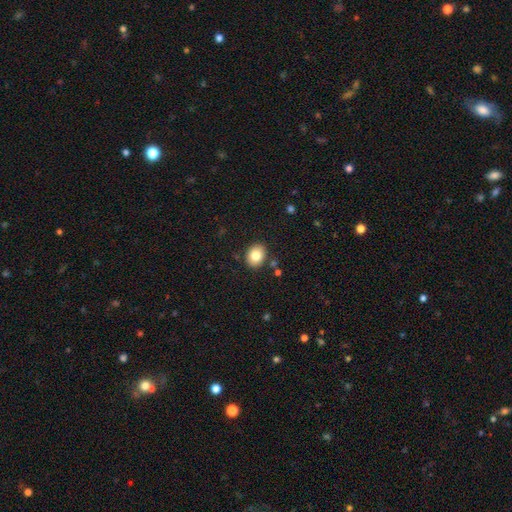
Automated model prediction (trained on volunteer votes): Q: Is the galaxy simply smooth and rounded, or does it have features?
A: smooth — 82%.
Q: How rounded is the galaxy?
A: round — 52%.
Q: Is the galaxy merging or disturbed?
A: none — 87%.